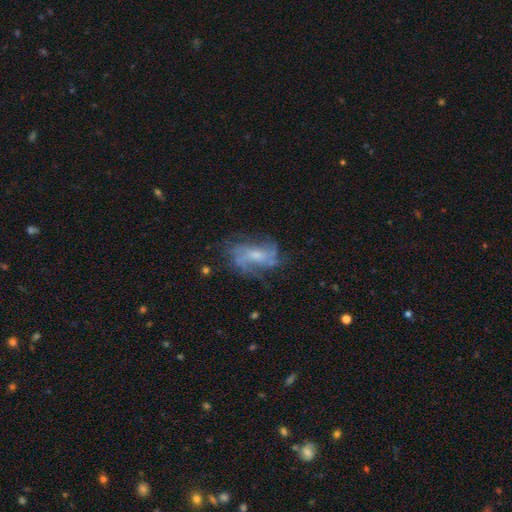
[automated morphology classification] Smooth or featured: featured or disk — 70% (smooth — 19%)
Edge-on disk: no — 95% (yes — 5%)
Bar: no — 56% (weak — 37%)
Spiral arms: yes — 79% (no — 21%)
Spiral winding: medium — 40% (loose — 39%)
Spiral arm count: can't tell — 34% (2 — 21%)
Bulge size: small — 42% (moderate — 38%)
Merging: none — 59% (minor disturbance — 21%)